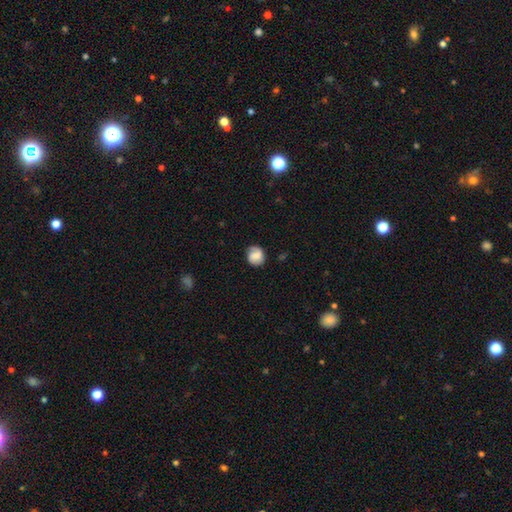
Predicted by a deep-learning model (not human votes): This is likely a smooth galaxy (68%). How rounded: clearly round (80%). Merging: likely none (72%).